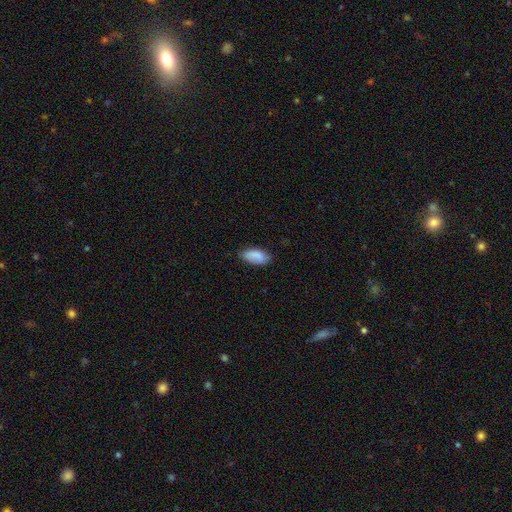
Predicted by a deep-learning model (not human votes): smooth_or_featured: smooth (p=0.86) [alt: featured or disk p=0.08]
how_rounded: in between (p=0.92) [alt: cigar-shaped p=0.06]
merging: none (p=0.75) [alt: minor disturbance p=0.21]